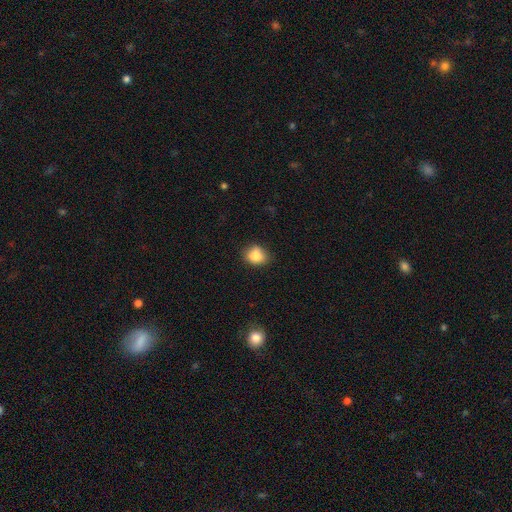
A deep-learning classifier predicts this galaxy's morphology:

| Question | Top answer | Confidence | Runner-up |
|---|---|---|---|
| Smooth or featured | smooth | 85% | star or artifact (9%) |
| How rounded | round | 55% | in between (44%) |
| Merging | none | 75% | minor disturbance (20%) |